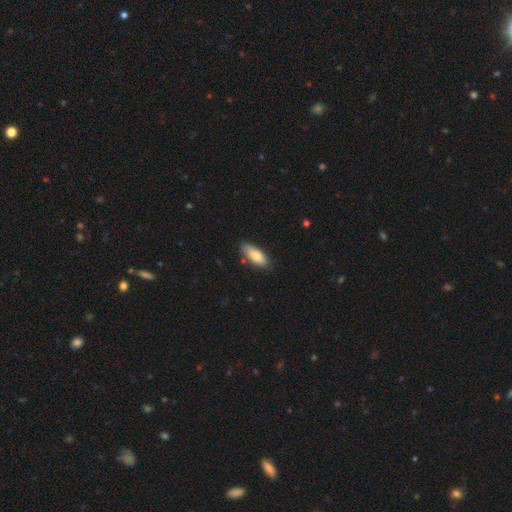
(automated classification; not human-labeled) smooth-or-featured: smooth: 80% | featured or disk: 14% | star or artifact: 6%
  how-rounded: in between: 76% | cigar-shaped: 22% | round: 2%
  merging: none: 80% | minor disturbance: 15% | merger: 2% | major disturbance: 2%